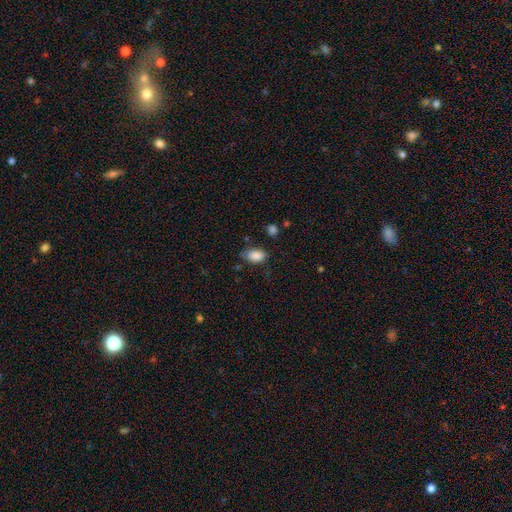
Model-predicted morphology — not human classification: smooth 87%, star or artifact 8%, featured or disk 5%. Down the decision tree: how rounded — in between (89%); merging — none (67%).